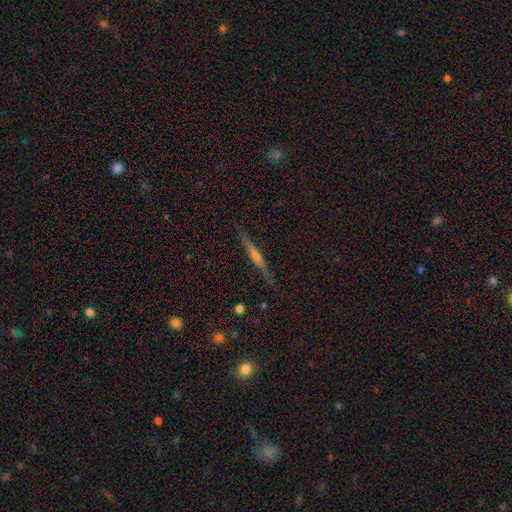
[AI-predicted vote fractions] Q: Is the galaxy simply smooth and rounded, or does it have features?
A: featured or disk — 66%.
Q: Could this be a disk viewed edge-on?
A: yes — 97%.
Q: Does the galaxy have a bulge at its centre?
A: rounded — 74%.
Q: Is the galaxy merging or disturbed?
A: none — 88%.